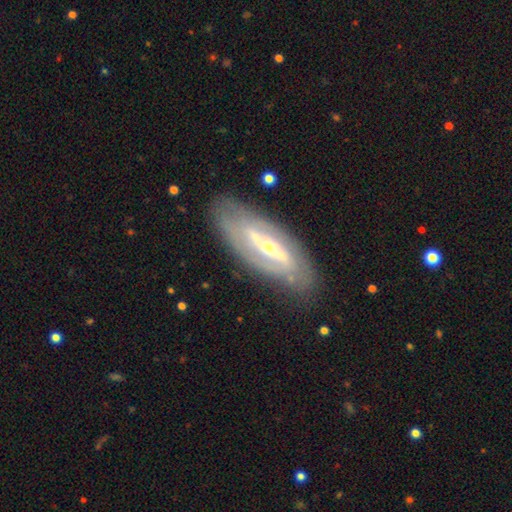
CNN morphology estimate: This is clearly a featured or disk galaxy (81%). It is clearly not viewed edge-on (84%). Bar: possibly strong (57%). Spiral arm pattern: likely yes (73%). Central bulge: possibly small (53%). Merging: likely none (80%).